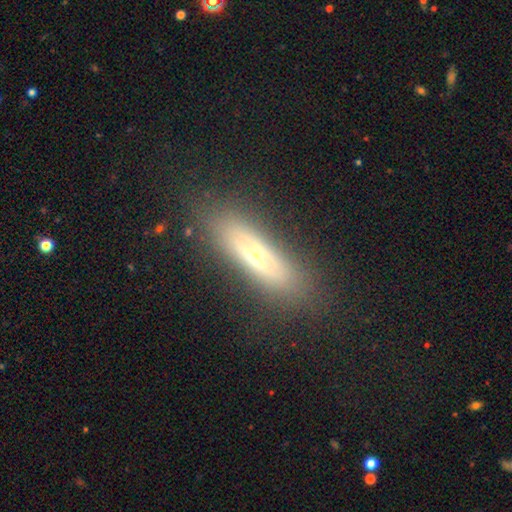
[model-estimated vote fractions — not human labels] Smooth or featured? Predicted: smooth (p=0.45, tied with featured or disk). Merging? Predicted: none (p=0.83).